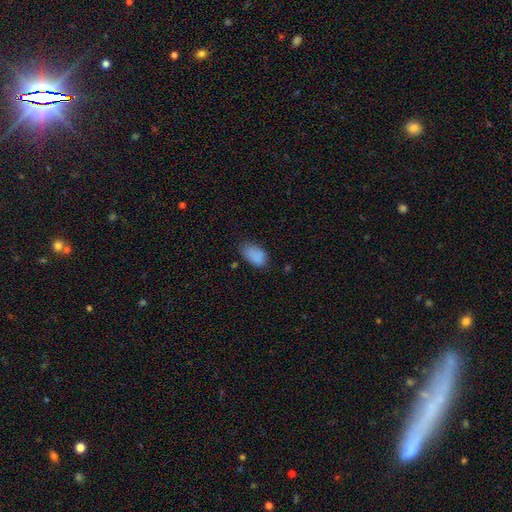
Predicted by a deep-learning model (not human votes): Smooth or featured: smooth — 86% (star or artifact — 8%)
How rounded: in between — 93% (round — 6%)
Merging: none — 67% (minor disturbance — 25%)